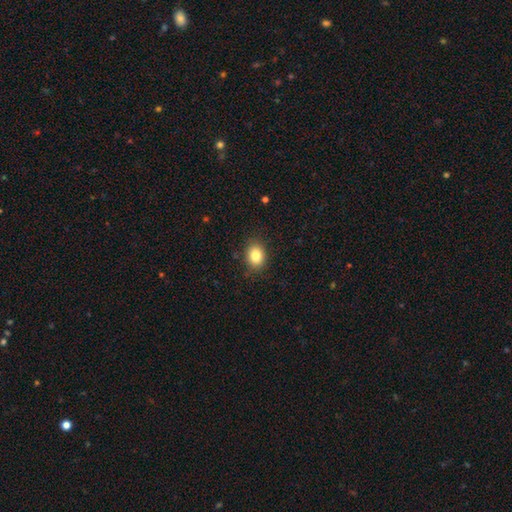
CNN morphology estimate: Smooth or featured? smooth (85%)
How rounded? in between (56%)
Merging? none (85%)